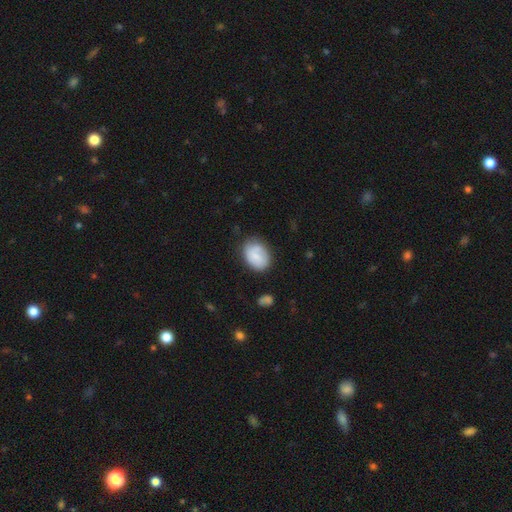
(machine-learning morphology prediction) Overall: smooth (70%). How rounded: in between (72%). Merging: none (67%).